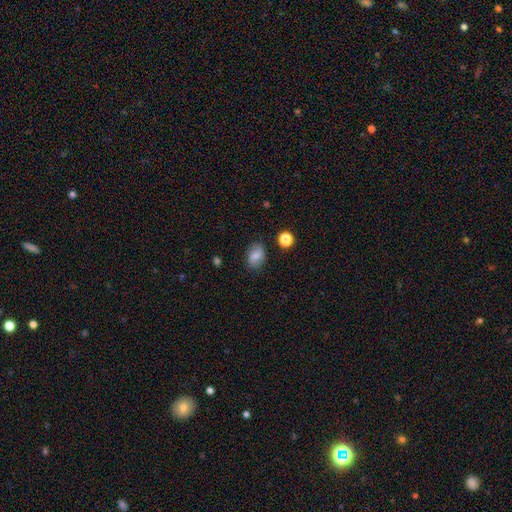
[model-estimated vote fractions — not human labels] Morphology: type=smooth (73%); roundness=in between (71%); merging=none (81%).